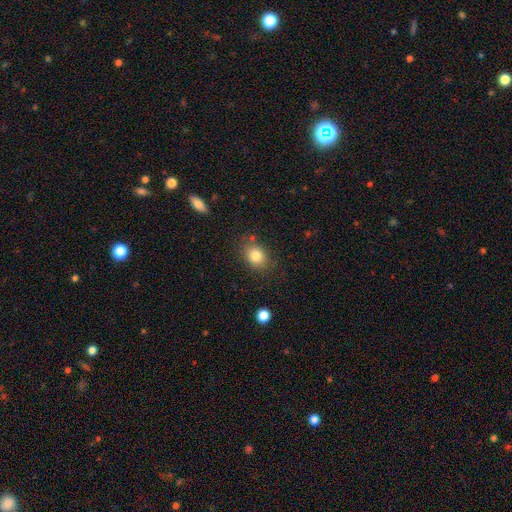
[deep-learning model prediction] Smooth or featured?
  - smooth: 82% *
  - star or artifact: 10%
  - featured or disk: 8%
How rounded?
  - in between: 59% *
  - round: 40%
  - cigar-shaped: 1%
Merging?
  - none: 79% *
  - minor disturbance: 14%
  - major disturbance: 4%
  - merger: 3%